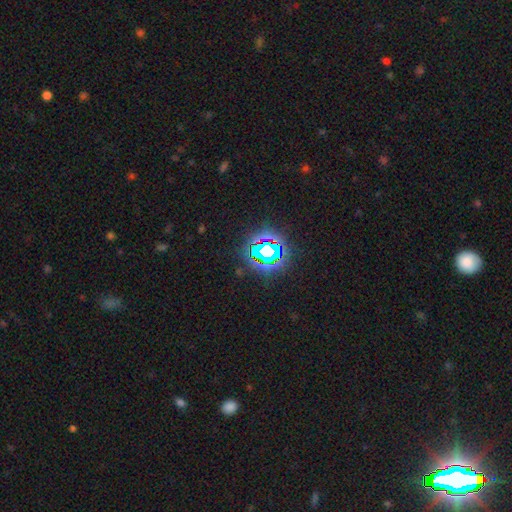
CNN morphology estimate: This is likely a star or artifact rather than a galaxy (80%).